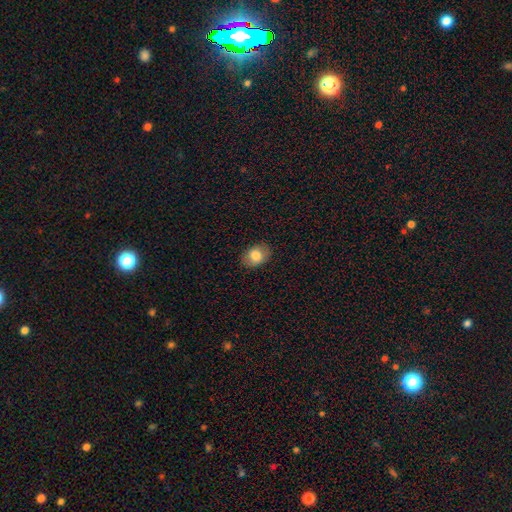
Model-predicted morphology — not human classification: Smooth or featured: smooth — 80% (featured or disk — 12%)
How rounded: in between — 73% (round — 26%)
Merging: none — 88% (minor disturbance — 9%)